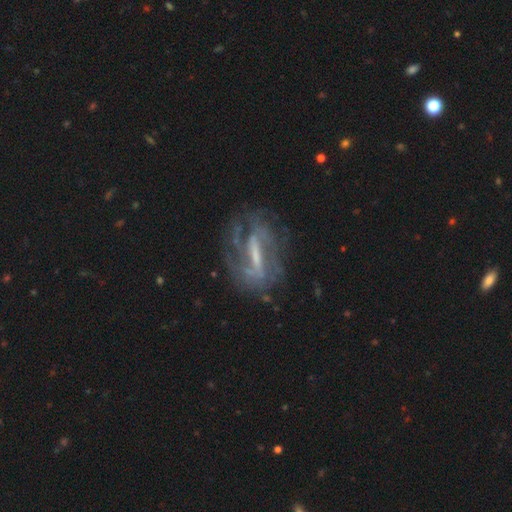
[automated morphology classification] Smooth or featured? Predicted: featured or disk (p=0.83). Edge-on disk? Predicted: no (p=0.87). Bar? Predicted: strong (p=0.66). Spiral arms? Predicted: yes (p=0.85). Spiral winding? Predicted: tight (p=0.43). Spiral arm count? Predicted: 2 (p=0.46). Bulge size? Predicted: small (p=0.38). Merging? Predicted: none (p=0.66).